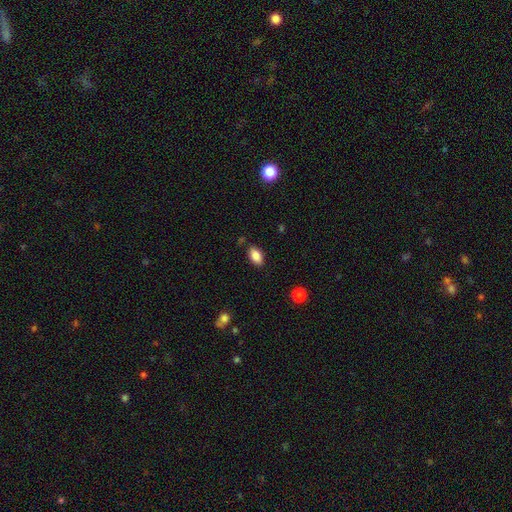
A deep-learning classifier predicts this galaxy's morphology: type=smooth (85%); roundness=in between (92%); merging=none (85%).